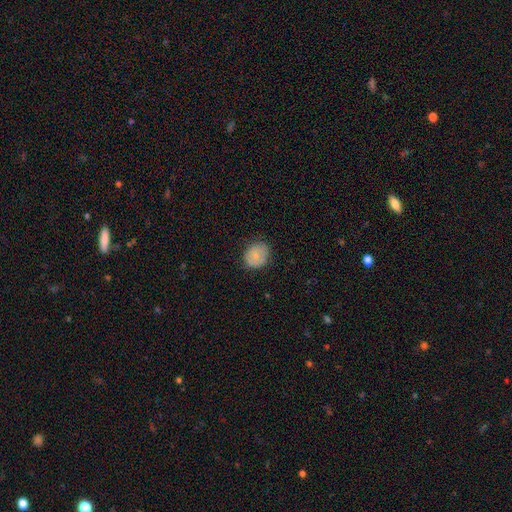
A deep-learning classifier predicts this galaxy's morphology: Smooth or featured?
  - smooth: 73% *
  - featured or disk: 19%
  - star or artifact: 8%
How rounded?
  - round: 67% *
  - in between: 32%
  - cigar-shaped: 1%
Merging?
  - none: 76% *
  - minor disturbance: 19%
  - major disturbance: 4%
  - merger: 1%